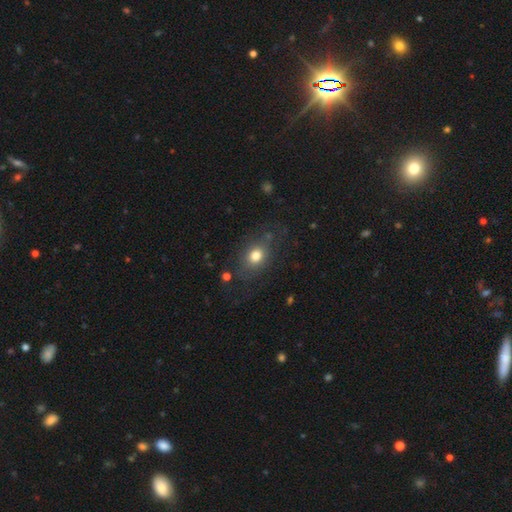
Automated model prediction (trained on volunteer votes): Q: Smooth or featured?
A: smooth (75%); runner-up: featured or disk (14%)
Q: How rounded?
A: in between (60%); runner-up: round (38%)
Q: Merging?
A: none (72%); runner-up: minor disturbance (17%)